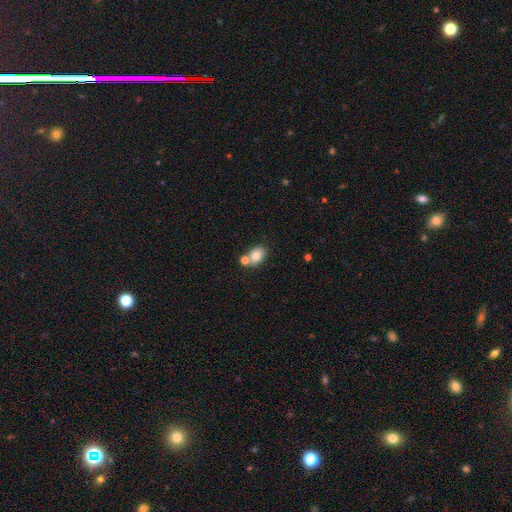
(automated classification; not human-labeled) Smooth or featured? Predicted: smooth (p=0.78). How rounded? Predicted: in between (p=0.71). Merging? Predicted: none (p=0.53).